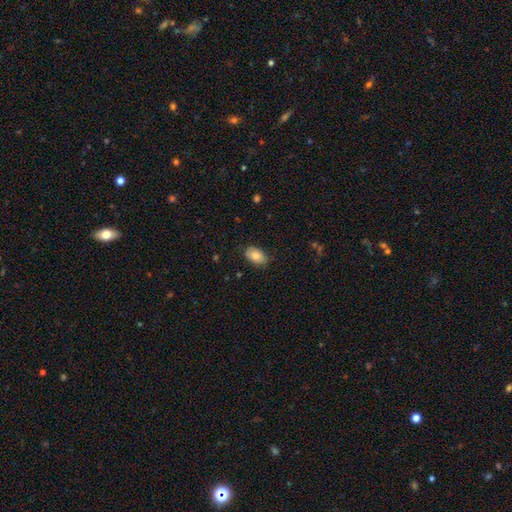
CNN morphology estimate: Smooth or featured? smooth (83%)
How rounded? in between (91%)
Merging? none (82%)